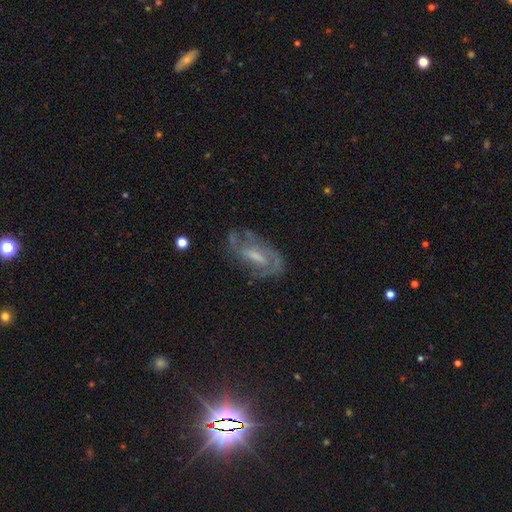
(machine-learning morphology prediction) Smooth or featured?
  - featured or disk: 74% *
  - smooth: 18%
  - star or artifact: 8%
Edge-on disk?
  - no: 92% *
  - yes: 8%
Bar?
  - weak: 50% *
  - no: 30%
  - strong: 20%
Spiral arms?
  - yes: 82% *
  - no: 18%
Spiral winding?
  - medium: 44% *
  - tight: 37%
  - loose: 19%
Spiral arm count?
  - 2: 50% *
  - can't tell: 30%
  - 1: 8%
  - 3: 8%
  - 4: 2%
  - more than 4: 2%
Bulge size?
  - moderate: 40% *
  - small: 34%
  - none: 19%
  - large: 6%
  - dominant: 1%
Merging?
  - none: 61% *
  - minor disturbance: 22%
  - major disturbance: 15%
  - merger: 3%